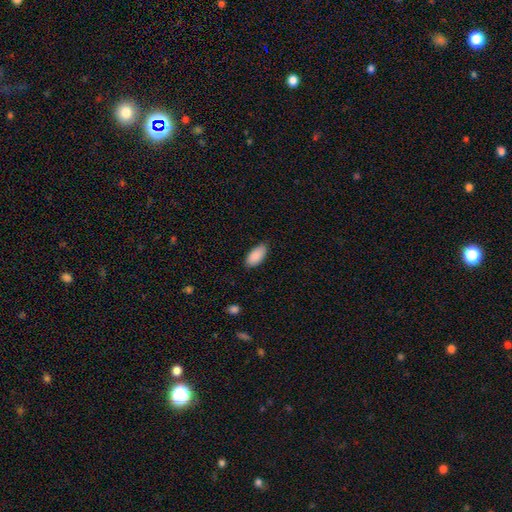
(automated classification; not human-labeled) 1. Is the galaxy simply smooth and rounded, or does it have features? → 90% smooth, 6% star or artifact, 4% featured or disk.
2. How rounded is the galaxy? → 94% in between, 4% cigar-shaped, 2% round.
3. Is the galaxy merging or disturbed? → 82% none, 14% minor disturbance, 2% major disturbance, 1% merger.